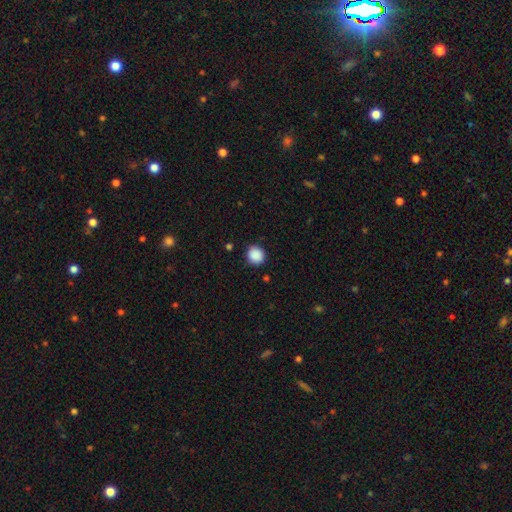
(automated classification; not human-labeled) Smooth or featured?
  - smooth: 89% *
  - star or artifact: 9%
  - featured or disk: 2%
How rounded?
  - round: 87% *
  - in between: 12%
  - cigar-shaped: 1%
Merging?
  - none: 88% *
  - minor disturbance: 8%
  - major disturbance: 2%
  - merger: 1%